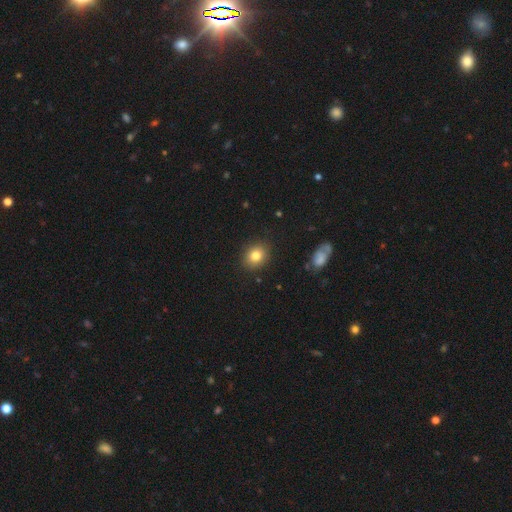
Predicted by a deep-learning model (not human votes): Morphology: type=smooth (82%); roundness=round (68%); merging=none (88%).